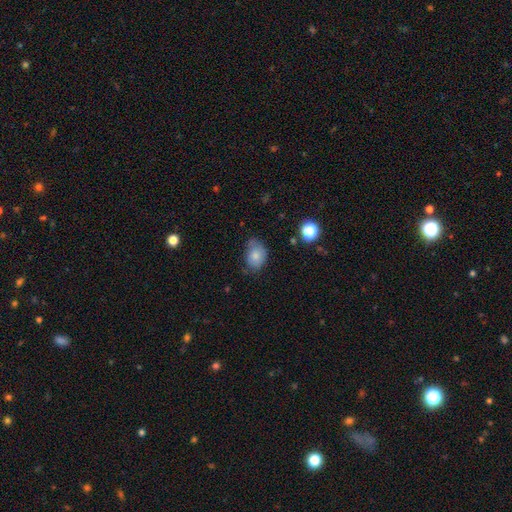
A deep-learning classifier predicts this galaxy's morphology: Smooth or featured: smooth — 79% (featured or disk — 11%)
How rounded: in between — 76% (round — 23%)
Merging: none — 55% (minor disturbance — 33%)